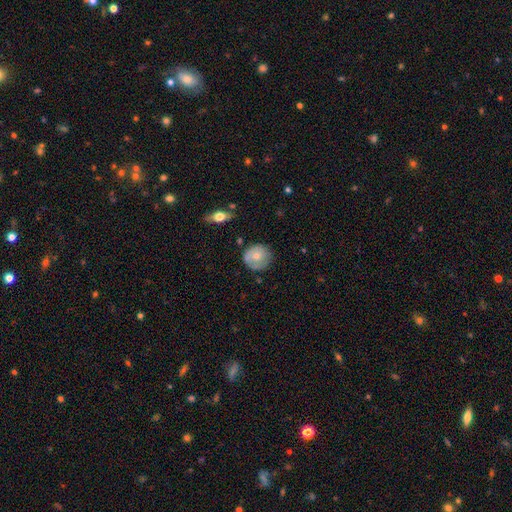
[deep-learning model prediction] Smooth or featured?
  - smooth: 65% *
  - featured or disk: 28%
  - star or artifact: 7%
How rounded?
  - round: 89% *
  - in between: 10%
  - cigar-shaped: 1%
Merging?
  - none: 73% *
  - minor disturbance: 20%
  - major disturbance: 5%
  - merger: 2%